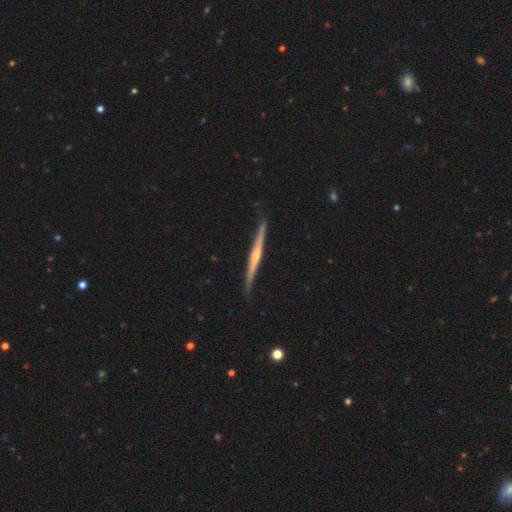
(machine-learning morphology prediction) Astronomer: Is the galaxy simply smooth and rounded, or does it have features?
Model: featured or disk — 69%.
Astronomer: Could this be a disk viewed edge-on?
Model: yes — 98%.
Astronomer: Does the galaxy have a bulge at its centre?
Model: rounded — 48% (runner-up: none, 41%).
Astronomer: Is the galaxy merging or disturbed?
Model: none — 86%.